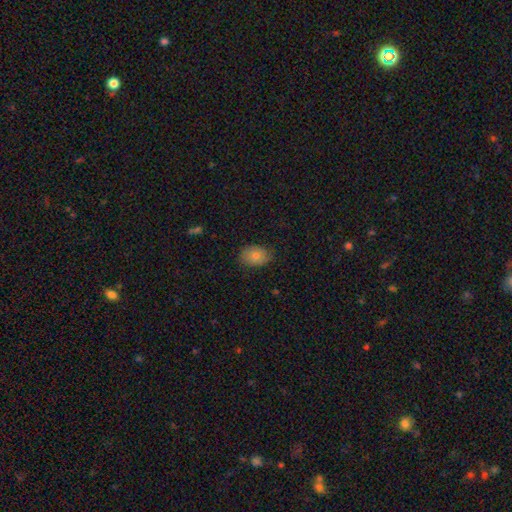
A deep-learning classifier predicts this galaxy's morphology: Overall: smooth (76%). How rounded: in between (76%). Merging: none (78%).